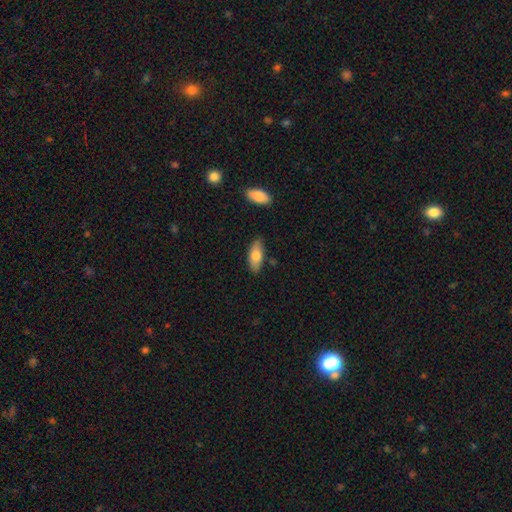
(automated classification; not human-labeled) A smooth galaxy with no disk features (73%) that is in between round and cigar-shaped (82%). Merging: none (81%).